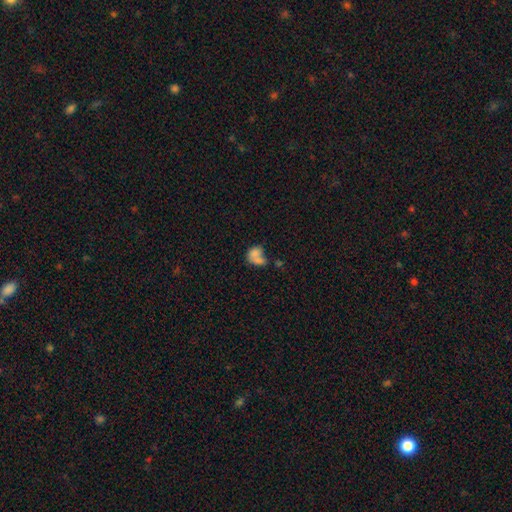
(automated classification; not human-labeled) This is likely a smooth galaxy (69%). How rounded: likely in between (63%). Merging: possibly merger (51%).